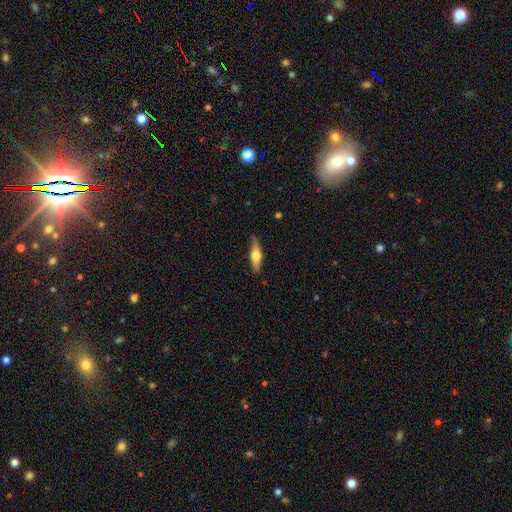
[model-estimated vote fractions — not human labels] Smooth or featured? featured or disk (49%)
Merging? none (79%)